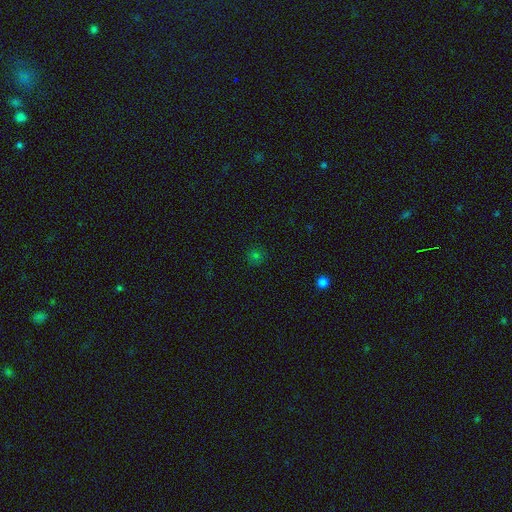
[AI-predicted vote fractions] A smooth galaxy with no disk features (71%) that is round (89%). Merging: none (87%).